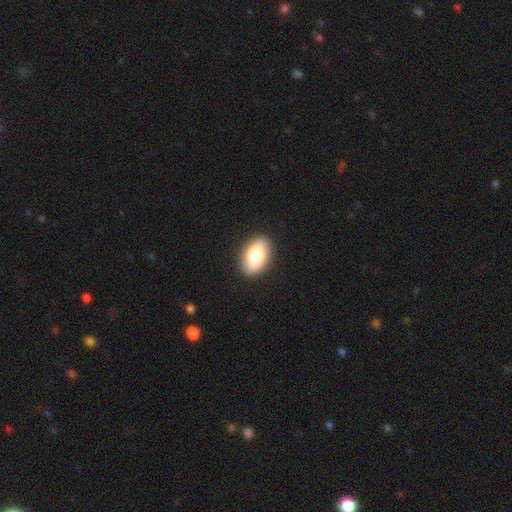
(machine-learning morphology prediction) Smooth or featured?
  - smooth: 83% *
  - featured or disk: 11%
  - star or artifact: 6%
How rounded?
  - in between: 92% *
  - round: 7%
  - cigar-shaped: 2%
Merging?
  - none: 88% *
  - minor disturbance: 8%
  - major disturbance: 2%
  - merger: 1%